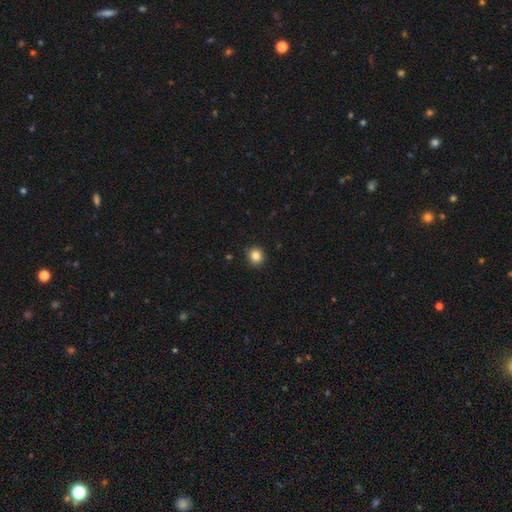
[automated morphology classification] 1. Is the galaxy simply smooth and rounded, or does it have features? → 85% smooth, 11% star or artifact, 5% featured or disk.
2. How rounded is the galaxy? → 90% round, 10% in between, 1% cigar-shaped.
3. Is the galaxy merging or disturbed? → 90% none, 7% minor disturbance, 2% major disturbance, 1% merger.